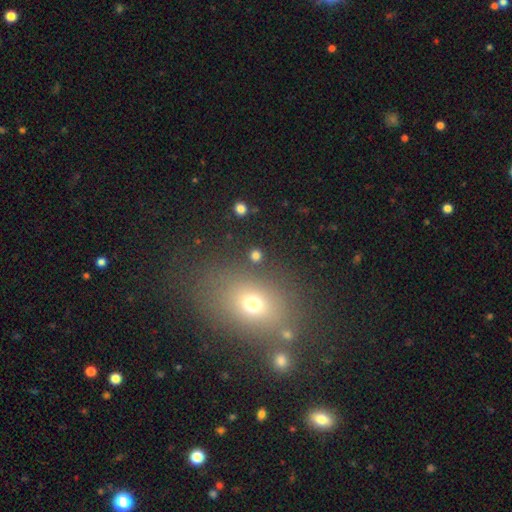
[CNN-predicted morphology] A smooth galaxy with no disk features (76%) that is round (85%).

Vote fractions:
- Smooth or featured? smooth: 76% / star or artifact: 18% / featured or disk: 6%
- How rounded? round: 85% / in between: 13% / cigar-shaped: 2%
- Merging? none: 87% / minor disturbance: 5% / merger: 4% / major disturbance: 3%